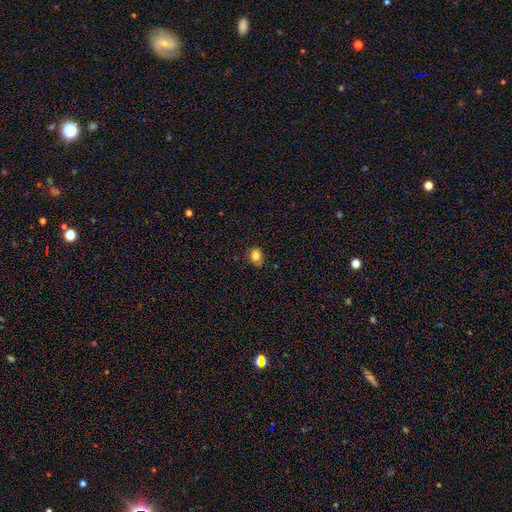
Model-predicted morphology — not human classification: This is clearly a smooth galaxy (81%). How rounded: possibly in between (54%). Merging: likely none (77%).